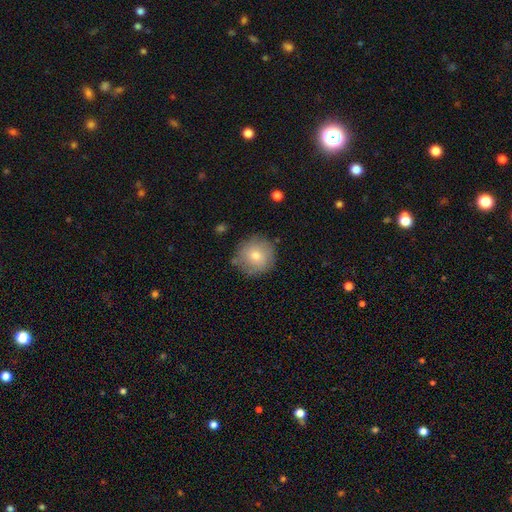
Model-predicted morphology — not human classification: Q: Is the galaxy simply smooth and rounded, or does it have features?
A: smooth — 74%.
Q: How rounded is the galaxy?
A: round — 94%.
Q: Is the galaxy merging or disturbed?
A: none — 82%.